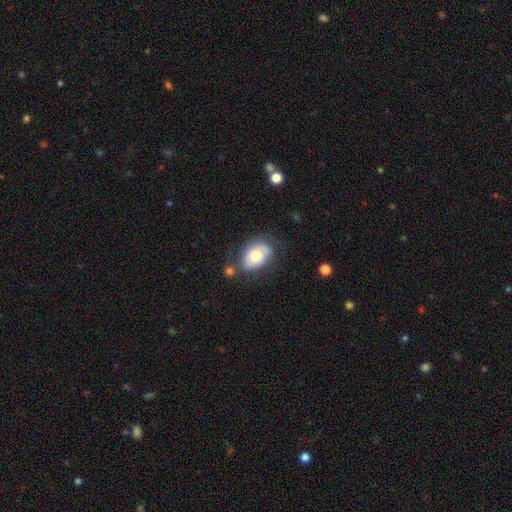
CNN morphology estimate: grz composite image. It shows a smooth galaxy with no disk features (69%) that is in between round and cigar-shaped (84%). Merging: none (59%).